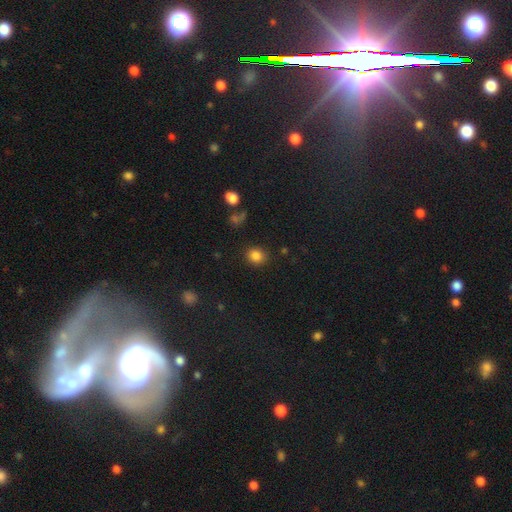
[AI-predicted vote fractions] This is clearly a smooth galaxy (84%). How rounded: likely round (77%). Merging: clearly none (86%).